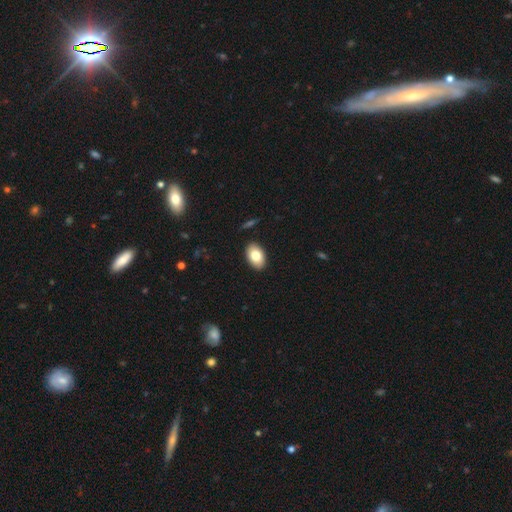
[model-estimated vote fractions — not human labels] Smooth or featured: smooth — 81% (featured or disk — 12%)
How rounded: in between — 91% (round — 8%)
Merging: none — 89% (minor disturbance — 8%)